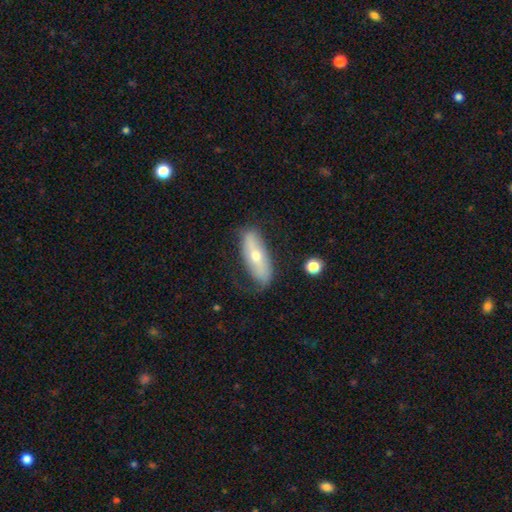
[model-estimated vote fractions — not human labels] Smooth or featured: featured or disk — 48% (smooth — 45%)
Merging: none — 67% (minor disturbance — 23%)